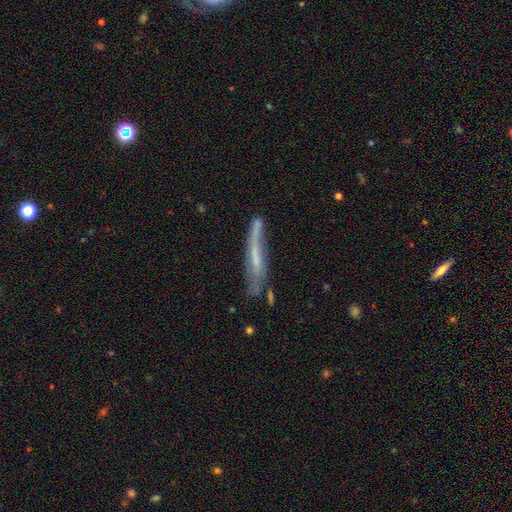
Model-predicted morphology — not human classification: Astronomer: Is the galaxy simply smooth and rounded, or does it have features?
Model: featured or disk — 53% (runner-up: smooth, 39%).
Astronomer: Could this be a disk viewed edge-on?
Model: yes — 69%.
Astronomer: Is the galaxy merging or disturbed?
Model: none — 50% (runner-up: minor disturbance, 27%).